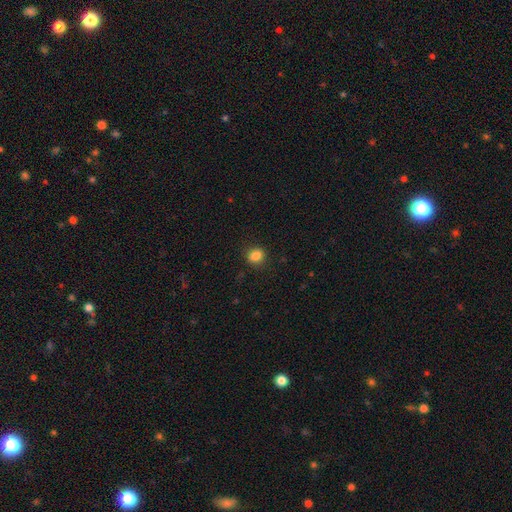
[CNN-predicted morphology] Overall: smooth (84%). How rounded: round (66%; in between 33%). Merging: none (87%).